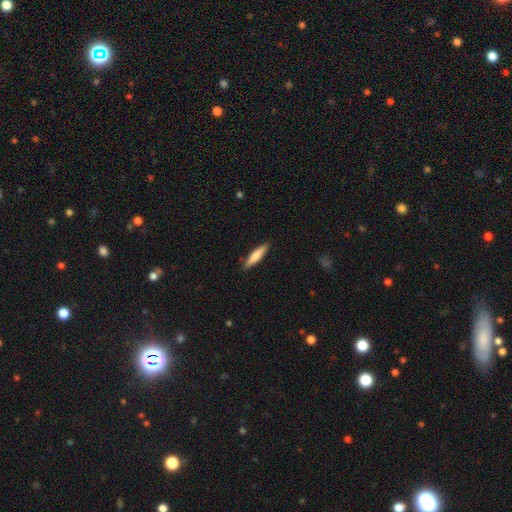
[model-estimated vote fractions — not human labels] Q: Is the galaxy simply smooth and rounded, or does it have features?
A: smooth — 76%.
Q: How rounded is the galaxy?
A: cigar-shaped — 82%.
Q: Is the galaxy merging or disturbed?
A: none — 89%.